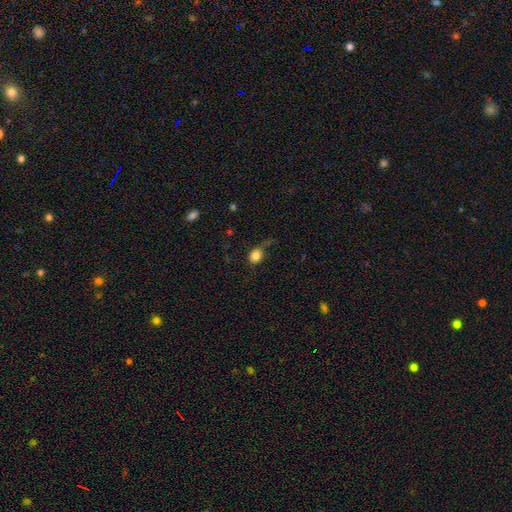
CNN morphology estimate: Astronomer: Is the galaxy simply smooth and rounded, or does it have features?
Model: smooth — 82%.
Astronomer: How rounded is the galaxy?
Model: round — 59% (runner-up: in between, 40%).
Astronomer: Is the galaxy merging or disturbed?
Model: none — 59%.